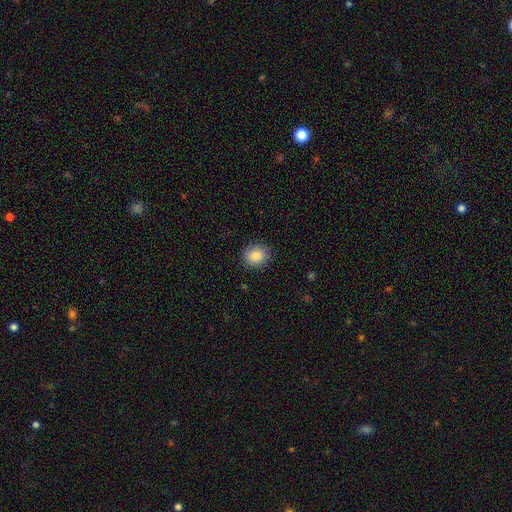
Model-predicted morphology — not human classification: Smooth or featured?
  - smooth: 85% *
  - star or artifact: 9%
  - featured or disk: 6%
How rounded?
  - round: 70% *
  - in between: 29%
  - cigar-shaped: 1%
Merging?
  - none: 87% *
  - minor disturbance: 9%
  - major disturbance: 3%
  - merger: 1%